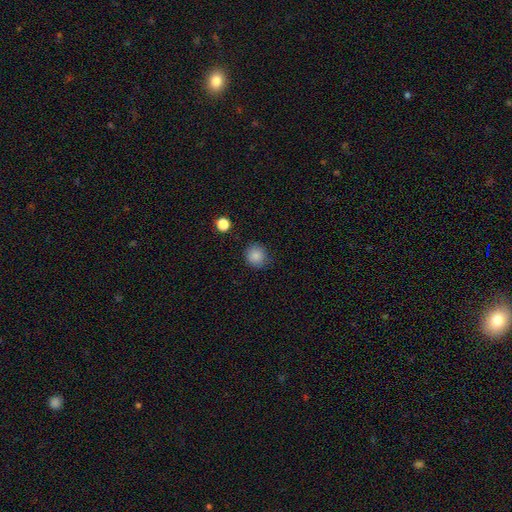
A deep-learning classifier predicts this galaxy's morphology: Smooth or featured?
  - smooth: 86% *
  - star or artifact: 10%
  - featured or disk: 4%
How rounded?
  - round: 91% *
  - in between: 8%
  - cigar-shaped: 1%
Merging?
  - none: 86% *
  - minor disturbance: 10%
  - major disturbance: 3%
  - merger: 1%